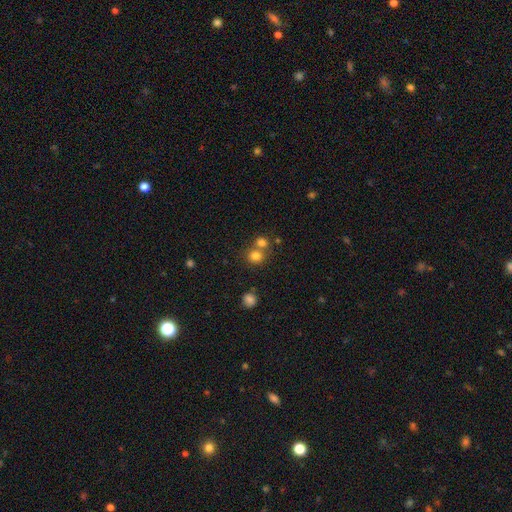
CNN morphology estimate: Smooth or featured?
  - smooth: 78% *
  - star or artifact: 14%
  - featured or disk: 8%
How rounded?
  - round: 81% *
  - in between: 18%
  - cigar-shaped: 1%
Merging?
  - none: 51% *
  - merger: 39%
  - minor disturbance: 7%
  - major disturbance: 3%